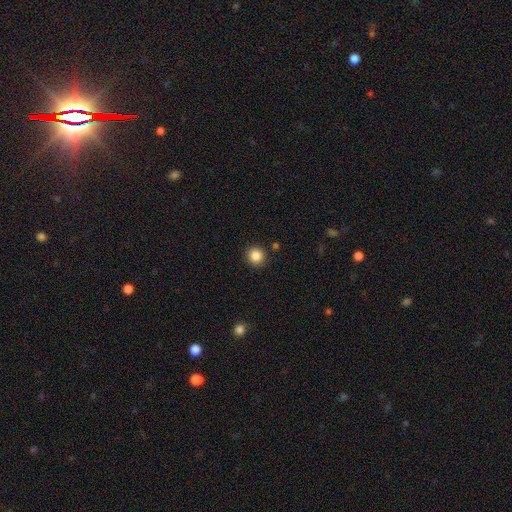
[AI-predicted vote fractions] smooth 86%, star or artifact 10%, featured or disk 4%. Down the decision tree: how rounded — round (94%); merging — none (91%).